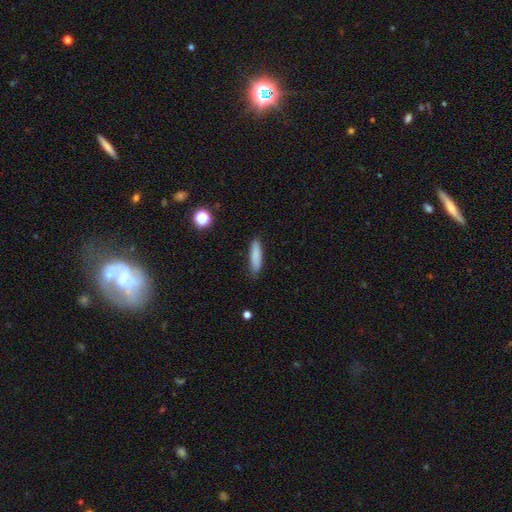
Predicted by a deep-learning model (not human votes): Smooth or featured? smooth (85%)
How rounded? cigar-shaped (73%)
Merging? none (86%)